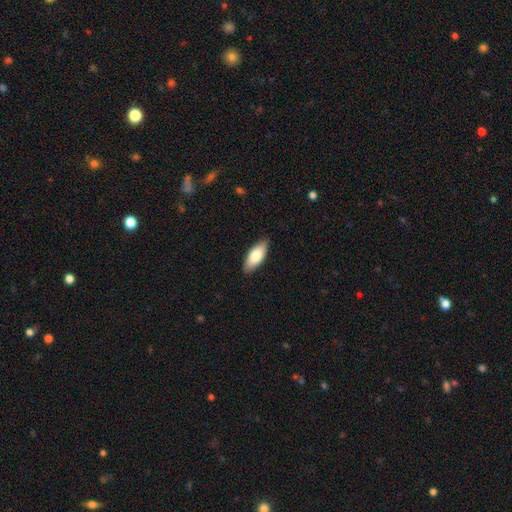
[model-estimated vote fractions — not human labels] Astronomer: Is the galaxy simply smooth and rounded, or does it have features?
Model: smooth — 79%.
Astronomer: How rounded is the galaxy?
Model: in between — 82%.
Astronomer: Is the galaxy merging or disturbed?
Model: none — 87%.